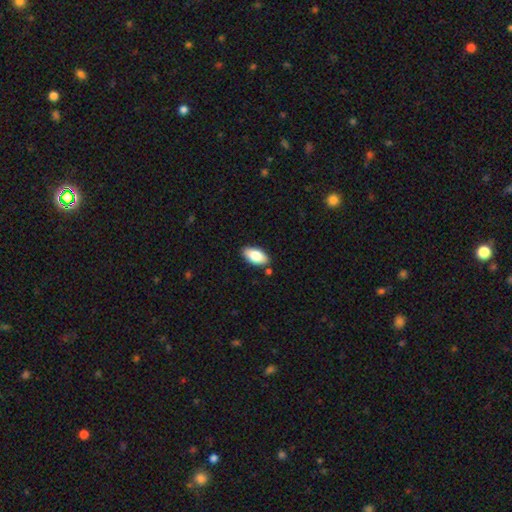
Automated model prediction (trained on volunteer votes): Smooth or featured? smooth (82%)
How rounded? in between (93%)
Merging? none (85%)